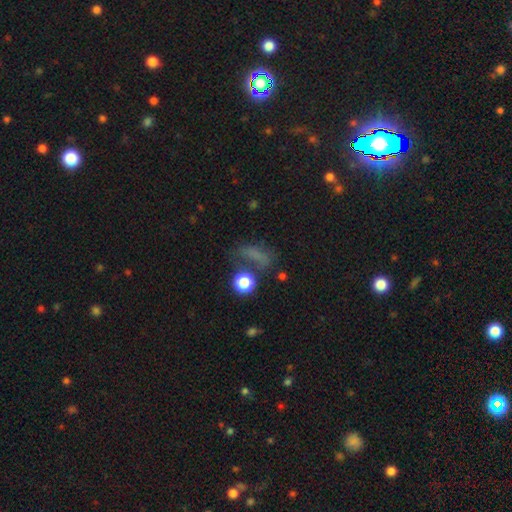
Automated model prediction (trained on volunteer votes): This appears to be a smooth galaxy with no disk features (58%) that is in between round and cigar-shaped (47%). Merging: none (51%).